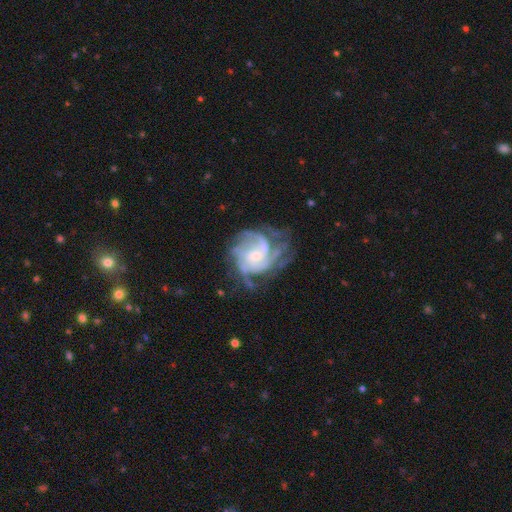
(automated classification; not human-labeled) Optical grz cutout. It shows a featured or disk galaxy (83%) with no bar (61%), tight (52%) spiral arms (93%) and a small central bulge (46%). Merging: none (57%).